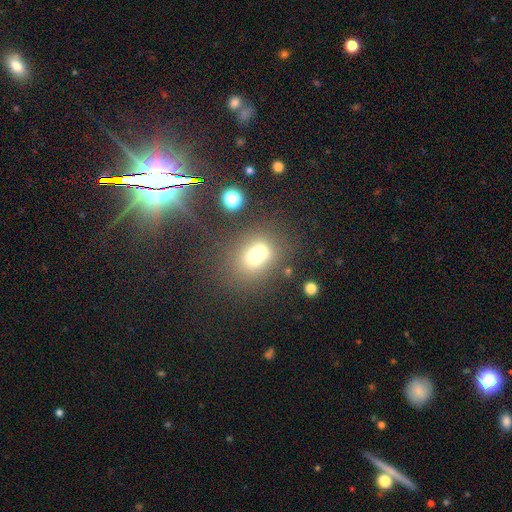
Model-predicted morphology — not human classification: A smooth galaxy with no disk features (64%) that is round (63%).

Vote fractions:
- Smooth or featured? smooth: 64% / featured or disk: 21% / star or artifact: 16%
- How rounded? round: 63% / in between: 36% / cigar-shaped: 1%
- Merging? merger: 54% / none: 32% / minor disturbance: 8% / major disturbance: 5%